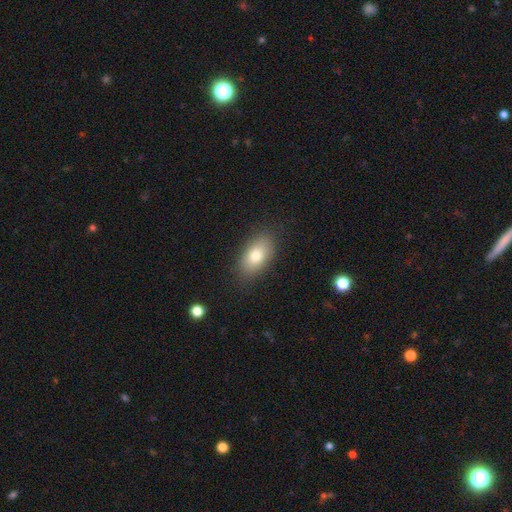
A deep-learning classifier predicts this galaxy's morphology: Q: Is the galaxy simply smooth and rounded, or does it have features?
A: smooth — 77%.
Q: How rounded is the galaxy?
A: in between — 89%.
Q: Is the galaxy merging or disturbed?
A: none — 85%.